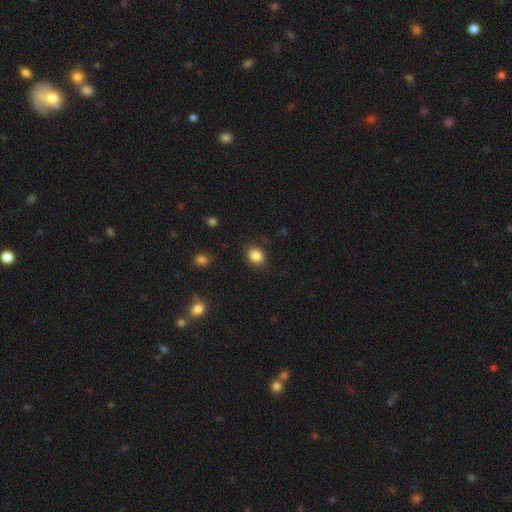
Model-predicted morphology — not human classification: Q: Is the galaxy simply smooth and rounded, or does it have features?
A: smooth — 86%.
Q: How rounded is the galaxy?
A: round — 60%.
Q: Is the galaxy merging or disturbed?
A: none — 86%.